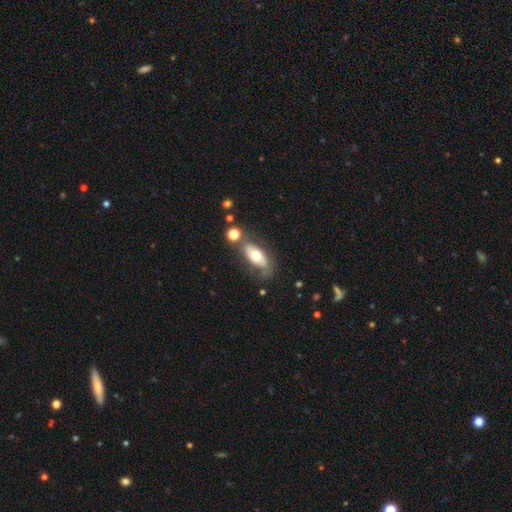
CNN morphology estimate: The model was most divided on "smooth or featured": smooth: 56%, featured or disk: 37%, star or artifact: 7%. More confident: how rounded — in between (82%); merging — none (61%).